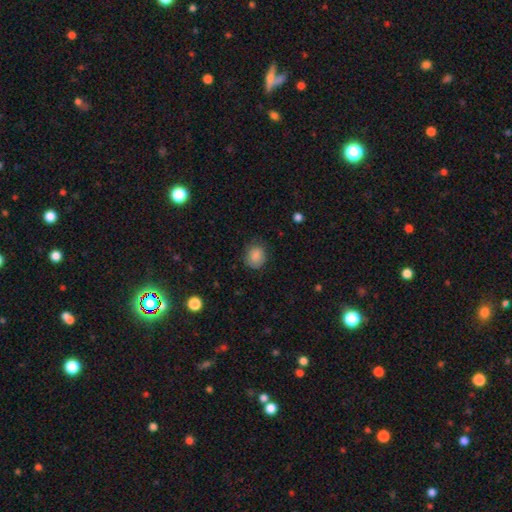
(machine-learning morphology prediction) The model was most divided on "how rounded": round: 66%, in between: 33%, cigar-shaped: 1%. More confident: smooth or featured — smooth (86%); merging — none (74%).